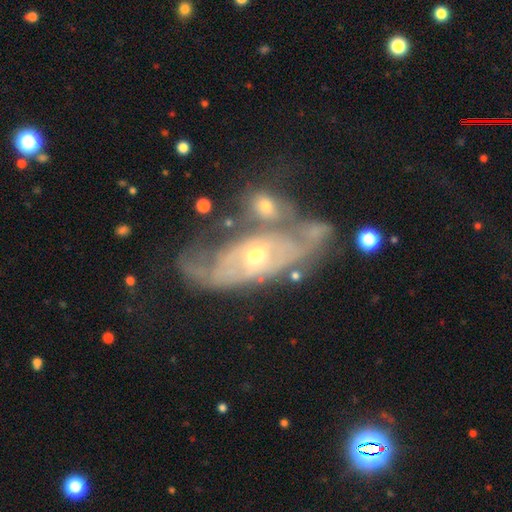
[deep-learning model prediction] A featured or disk galaxy (79%) with no bar (73%), spiral arms (71%) and a moderate central bulge (52%).

Vote fractions:
- Smooth or featured? featured or disk: 79% / smooth: 15% / star or artifact: 6%
- Edge-on disk? no: 88% / yes: 12%
- Bar? no: 73% / weak: 20% / strong: 7%
- Spiral arms? yes: 71% / no: 29%
- Bulge size? moderate: 52% / small: 43% / large: 3% / none: 1% / dominant: 1%
- Merging? none: 35% / merger: 27% / major disturbance: 19% / minor disturbance: 19%